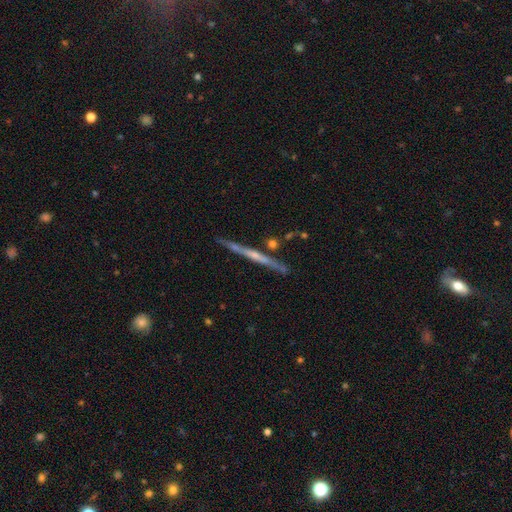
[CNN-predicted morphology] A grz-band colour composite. It shows a featured or disk galaxy (67%) viewed edge-on (97%) with no central bulge (62%). Merging: none (84%).